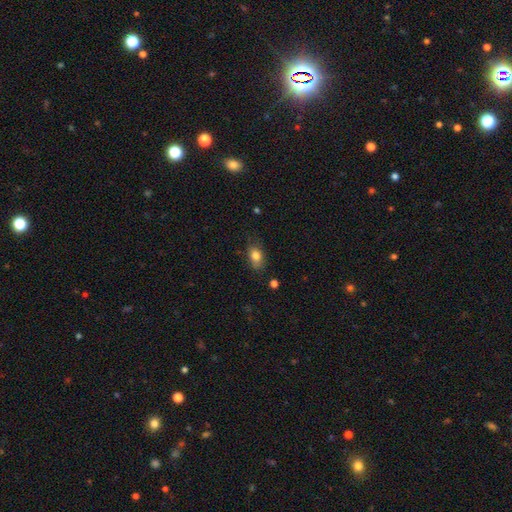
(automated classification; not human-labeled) Smooth or featured? Predicted: smooth (p=0.81). How rounded? Predicted: in between (p=0.83). Merging? Predicted: none (p=0.73).